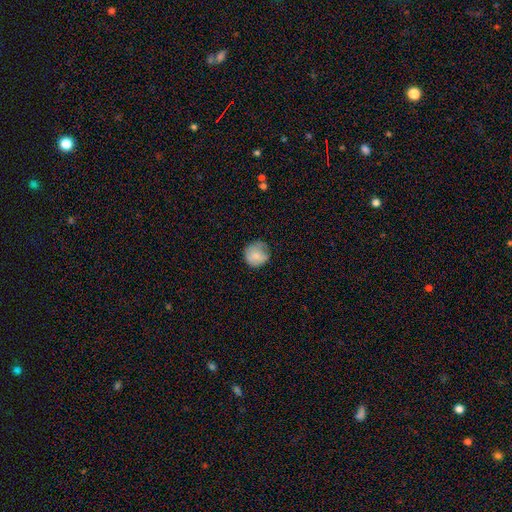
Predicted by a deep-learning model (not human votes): Smooth or featured?
  - smooth: 80% *
  - featured or disk: 12%
  - star or artifact: 8%
How rounded?
  - round: 90% *
  - in between: 9%
  - cigar-shaped: 1%
Merging?
  - none: 68% *
  - minor disturbance: 24%
  - major disturbance: 6%
  - merger: 1%